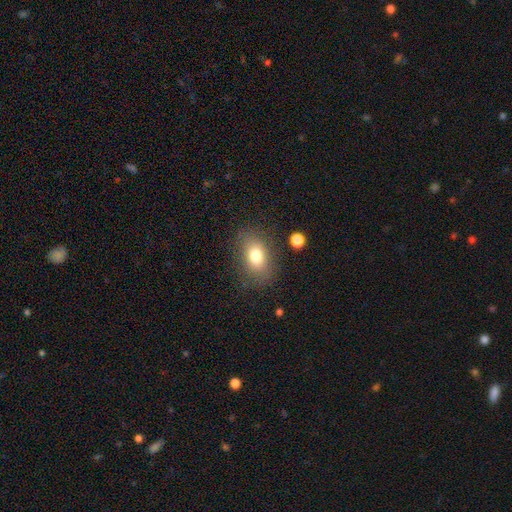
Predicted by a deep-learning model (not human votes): A smooth galaxy with no disk features (76%) that is in between round and cigar-shaped (80%). Merging: none (80%).